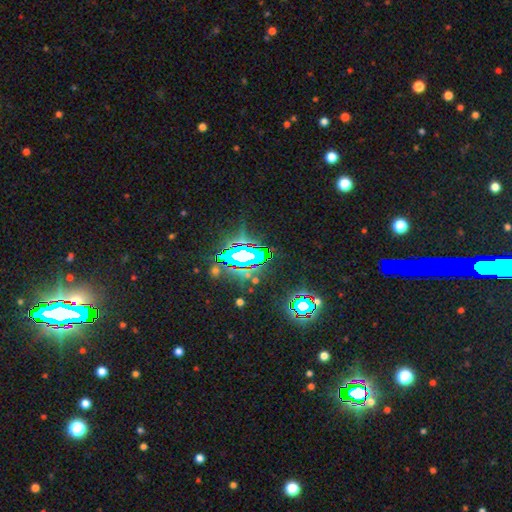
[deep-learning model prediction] Smooth or featured?
  - star or artifact: 79% *
  - smooth: 11%
  - featured or disk: 10%